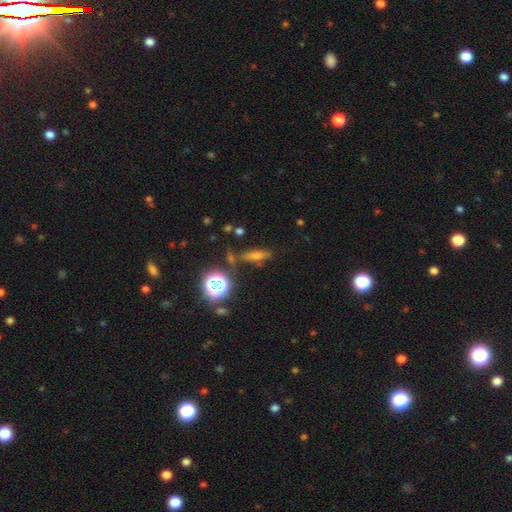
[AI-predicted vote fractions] A smooth galaxy with no disk features (45%).

Vote fractions:
- Smooth or featured? smooth: 45% / star or artifact: 29% / featured or disk: 25%
- Merging? none: 76% / minor disturbance: 13% / merger: 6% / major disturbance: 5%